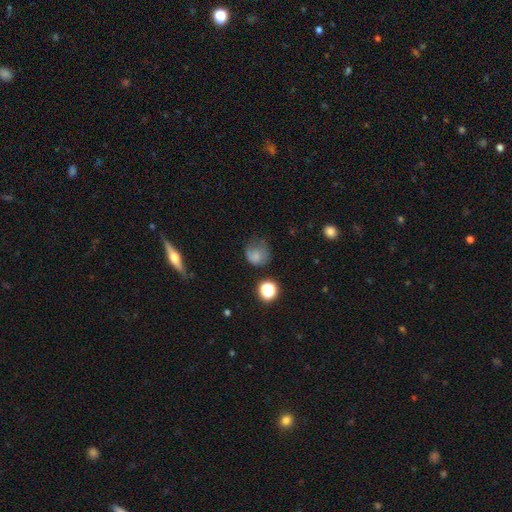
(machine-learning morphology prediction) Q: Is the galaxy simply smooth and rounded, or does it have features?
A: smooth — 71%.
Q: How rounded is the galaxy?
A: round — 81%.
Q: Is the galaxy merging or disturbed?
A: none — 46%.